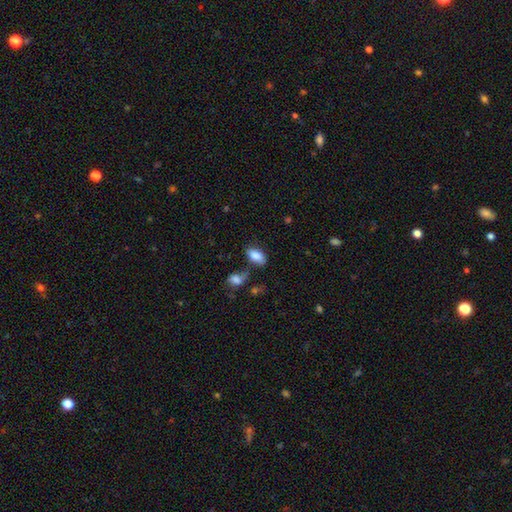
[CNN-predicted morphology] This appears to be a smooth galaxy with no disk features (85%) that is in between round and cigar-shaped (93%). Merging: none (57%).